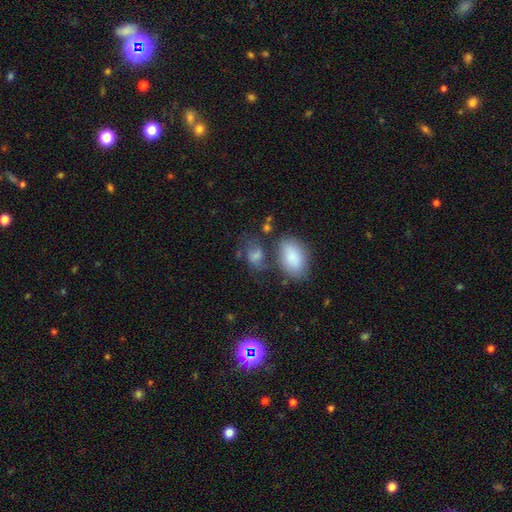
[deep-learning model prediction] smooth_or_featured: smooth (p=0.59) [alt: featured or disk p=0.23]
how_rounded: in between (p=0.76) [alt: round p=0.21]
merging: none (p=0.47) [alt: merger p=0.21]